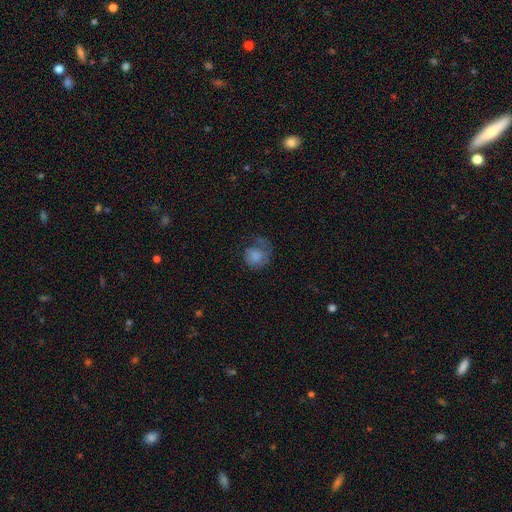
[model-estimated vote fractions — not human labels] Q: Smooth or featured?
A: smooth (65%); runner-up: featured or disk (26%)
Q: How rounded?
A: round (73%); runner-up: in between (26%)
Q: Merging?
A: major disturbance (38%); runner-up: none (36%)